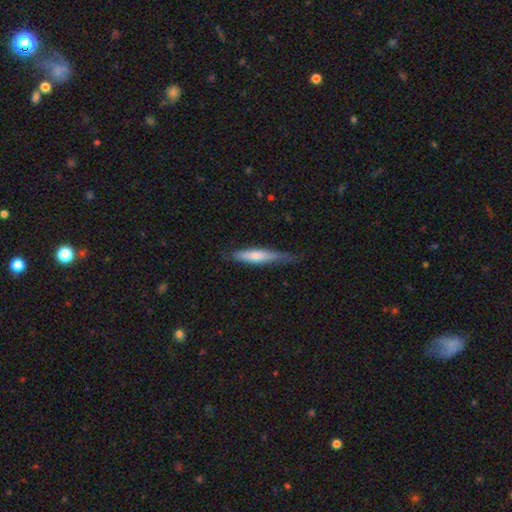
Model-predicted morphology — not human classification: Smooth or featured? Predicted: smooth (p=0.64). How rounded? Predicted: cigar-shaped (p=0.85). Merging? Predicted: none (p=0.65).